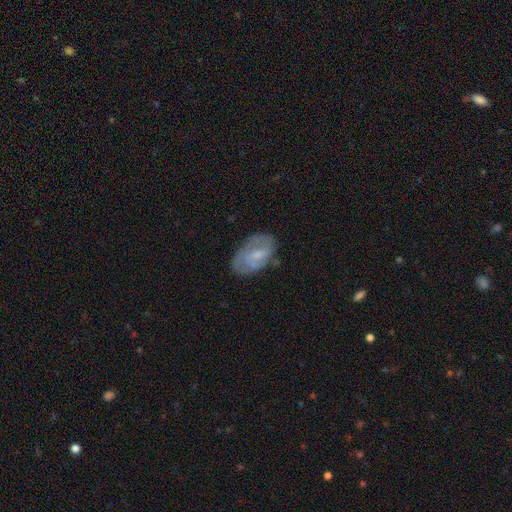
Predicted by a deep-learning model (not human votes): Smooth or featured? featured or disk (55%)
Edge-on disk? no (96%)
Bar? no (52%)
Spiral arms? yes (69%)
Bulge size? small (47%)
Merging? none (62%)